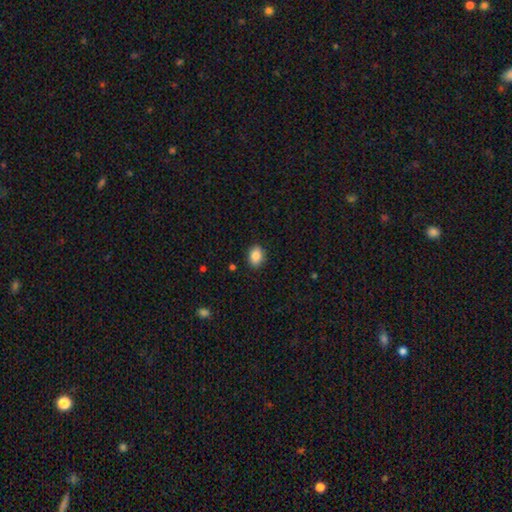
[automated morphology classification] Smooth or featured? Predicted: smooth (p=0.87). How rounded? Predicted: in between (p=0.75). Merging? Predicted: none (p=0.88).